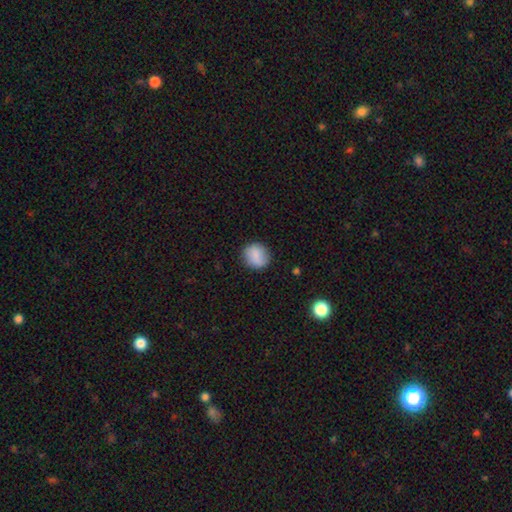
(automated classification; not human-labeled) smooth 83%, featured or disk 9%, star or artifact 8%. Down the decision tree: how rounded — round (86%); merging — none (84%).